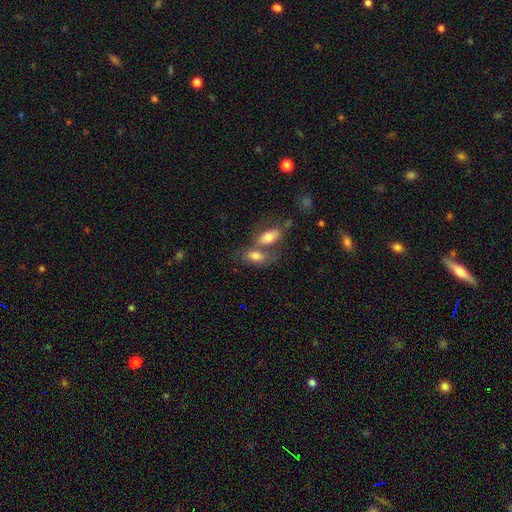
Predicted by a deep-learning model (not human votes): smooth_or_featured: smooth (p=0.75) [alt: featured or disk p=0.18]
how_rounded: in between (p=0.87) [alt: cigar-shaped p=0.07]
merging: merger (p=0.55) [alt: none p=0.31]